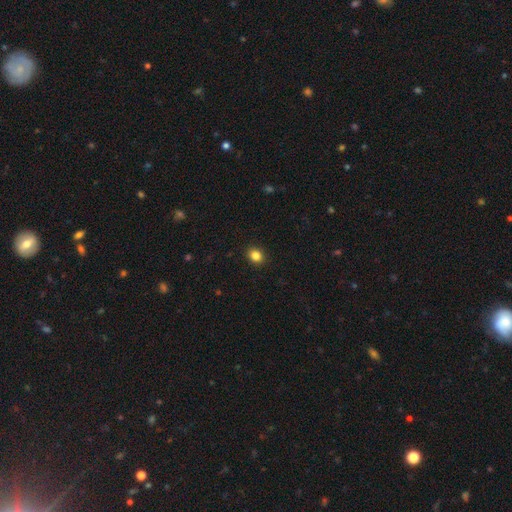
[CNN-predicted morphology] A smooth galaxy with no disk features (85%) that is round (59%).

Vote fractions:
- Smooth or featured? smooth: 85% / star or artifact: 11% / featured or disk: 4%
- How rounded? round: 59% / in between: 41% / cigar-shaped: 1%
- Merging? none: 91% / minor disturbance: 6% / major disturbance: 2% / merger: 1%